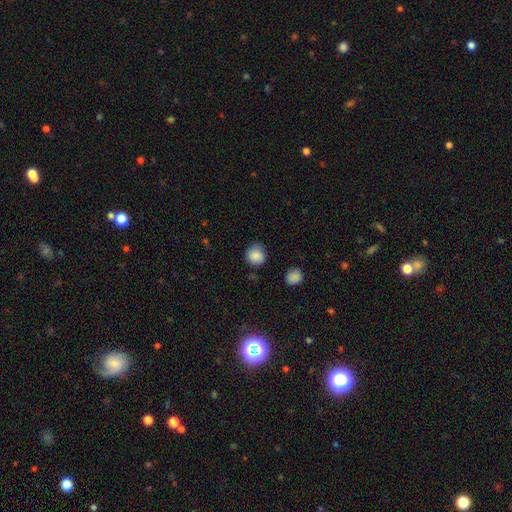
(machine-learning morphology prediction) smooth_or_featured: smooth (p=0.87) [alt: star or artifact p=0.09]
how_rounded: round (p=0.89) [alt: in between p=0.10]
merging: none (p=0.80) [alt: minor disturbance p=0.15]